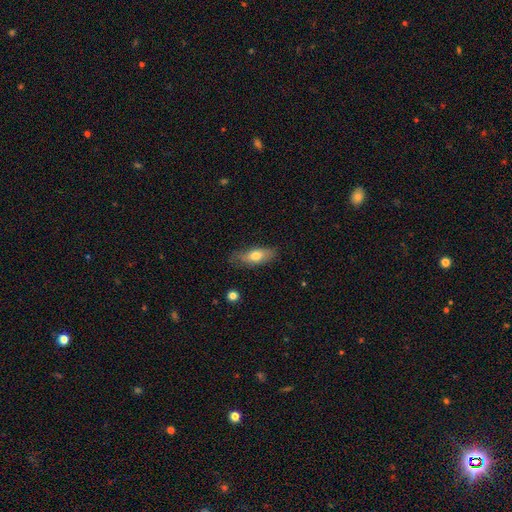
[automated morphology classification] The model was most divided on "smooth or featured": smooth: 68%, featured or disk: 25%, star or artifact: 7%. More confident: how rounded — in between (73%); merging — none (70%).